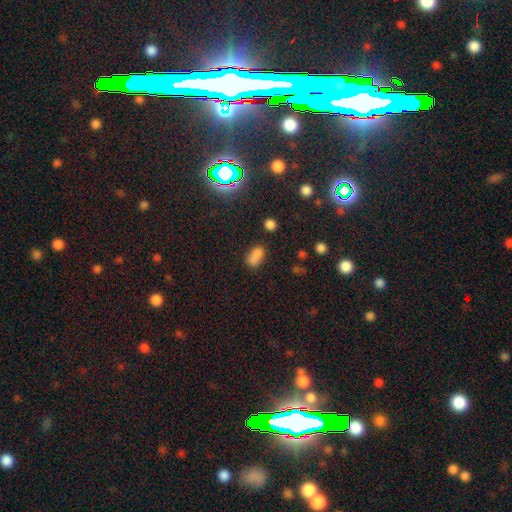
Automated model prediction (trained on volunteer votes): Smooth or featured? smooth (79%)
How rounded? in between (86%)
Merging? none (64%)